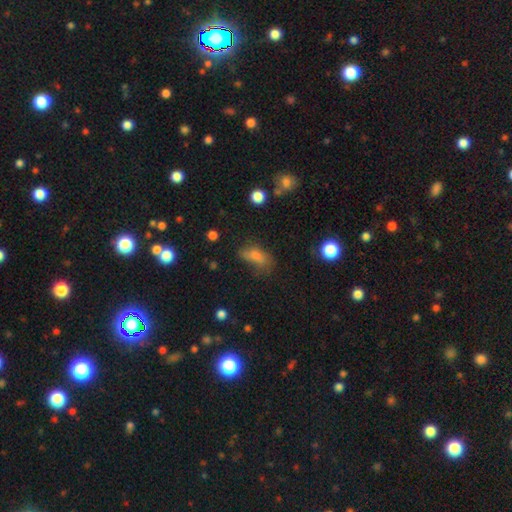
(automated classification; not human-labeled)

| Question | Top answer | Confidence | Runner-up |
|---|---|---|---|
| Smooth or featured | smooth | 72% | star or artifact (15%) |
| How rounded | in between | 81% | cigar-shaped (10%) |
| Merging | none | 45% | minor disturbance (31%) |